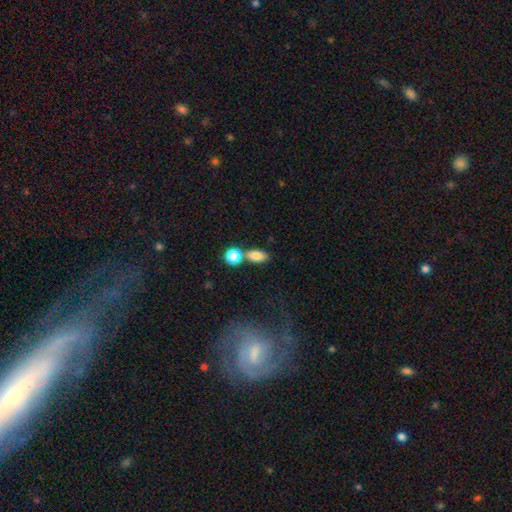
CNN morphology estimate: The model was most divided on "merging": none: 56%, merger: 29%, minor disturbance: 11%, major disturbance: 4%. More confident: how rounded — in between (82%); smooth or featured — smooth (82%).